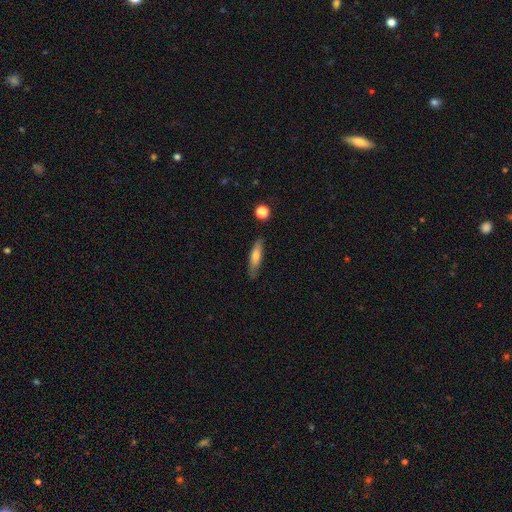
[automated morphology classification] This appears to be a smooth galaxy with no disk features (63%) that is cigar-shaped (74%). Merging: none (81%).